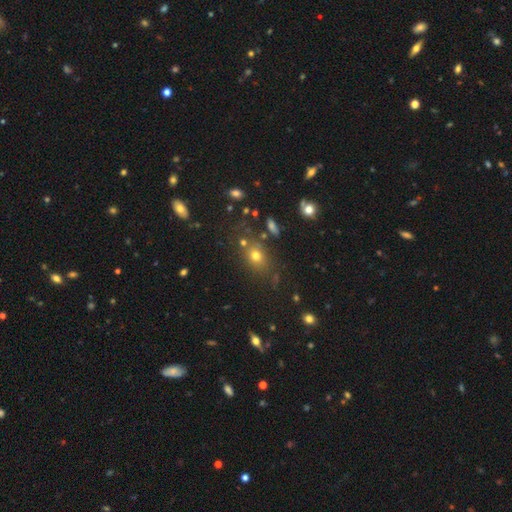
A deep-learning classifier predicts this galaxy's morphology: Overall: smooth (69%). How rounded: in between (53%; round 45%). Merging: none (70%).